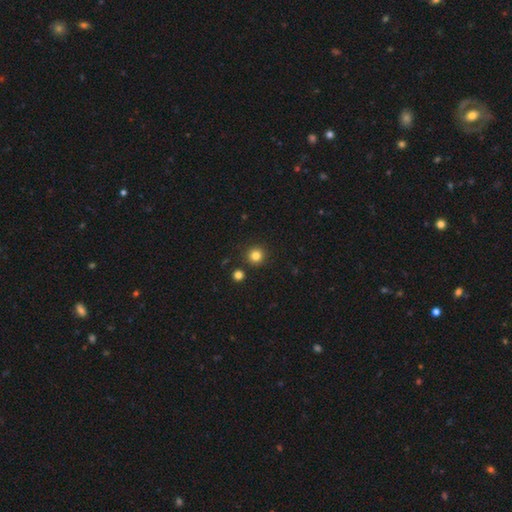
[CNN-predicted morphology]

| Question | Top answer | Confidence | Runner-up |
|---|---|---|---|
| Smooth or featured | smooth | 82% | star or artifact (13%) |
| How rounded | round | 95% | in between (4%) |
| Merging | none | 90% | minor disturbance (5%) |